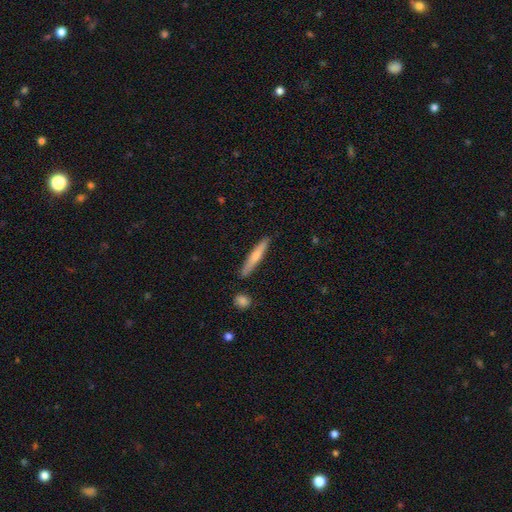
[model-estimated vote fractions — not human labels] This is likely a smooth galaxy (62%). How rounded: clearly cigar-shaped (93%). Merging: clearly none (87%).